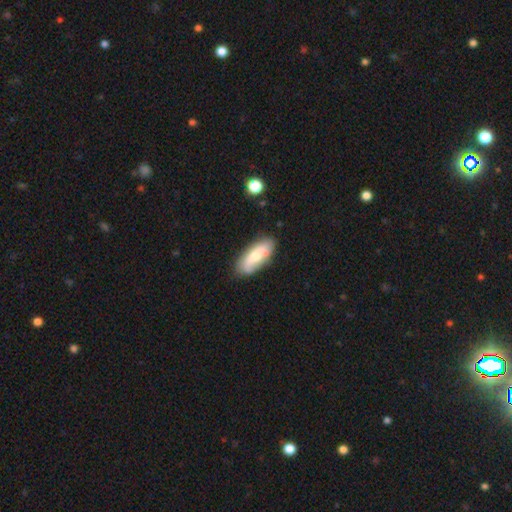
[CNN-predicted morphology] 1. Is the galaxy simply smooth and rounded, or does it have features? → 56% smooth, 38% featured or disk, 6% star or artifact.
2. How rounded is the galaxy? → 83% in between, 15% cigar-shaped, 2% round.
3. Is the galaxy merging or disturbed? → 73% none, 19% minor disturbance, 4% major disturbance, 3% merger.